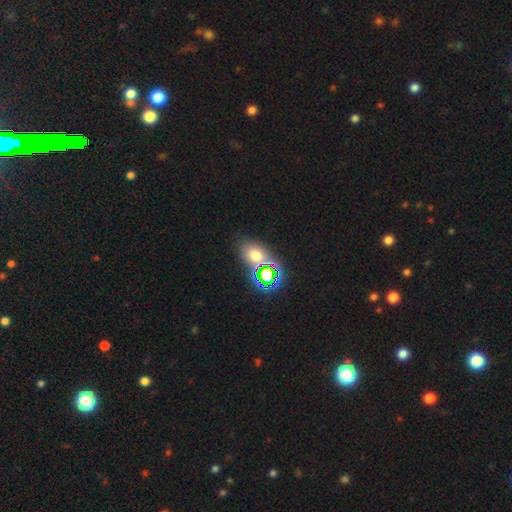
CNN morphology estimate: smooth-or-featured: smooth: 58% | star or artifact: 31% | featured or disk: 11%
  how-rounded: in between: 65% | round: 33% | cigar-shaped: 2%
  merging: none: 69% | merger: 14% | minor disturbance: 12% | major disturbance: 5%